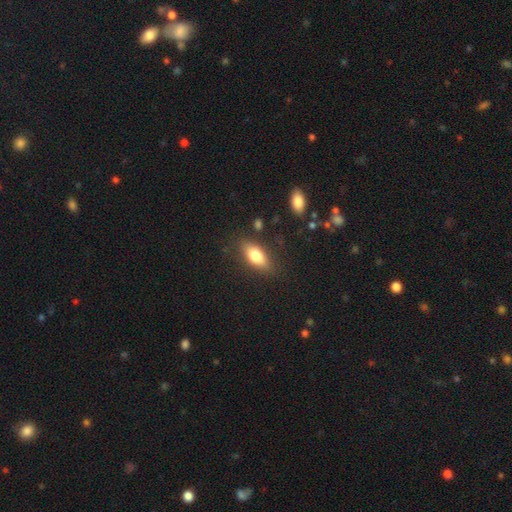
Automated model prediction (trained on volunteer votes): smooth-or-featured: smooth: 75% | featured or disk: 18% | star or artifact: 7%
  how-rounded: in between: 81% | cigar-shaped: 15% | round: 5%
  merging: none: 82% | minor disturbance: 13% | major disturbance: 4% | merger: 2%